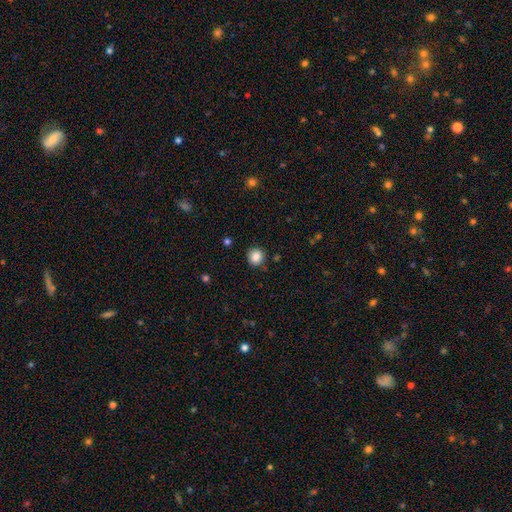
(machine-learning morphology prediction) Smooth or featured? smooth (86%)
How rounded? round (91%)
Merging? none (88%)